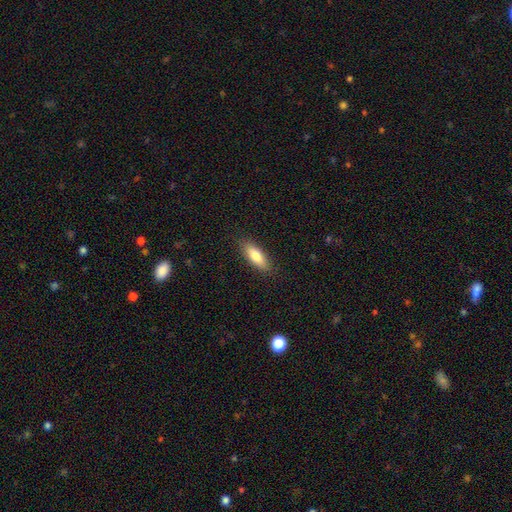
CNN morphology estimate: type=smooth (78%); roundness=in between (61%); merging=none (87%).